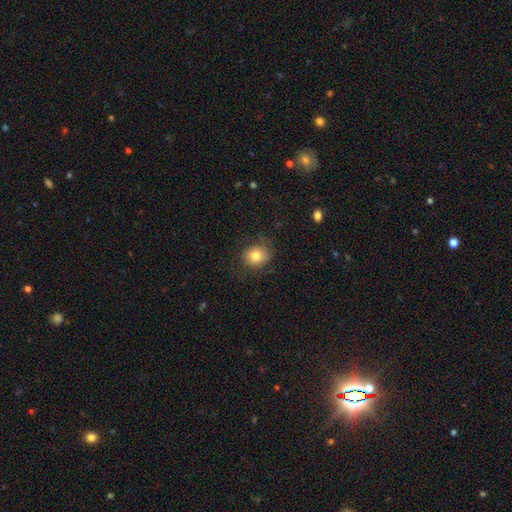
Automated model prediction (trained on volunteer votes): Smooth or featured? smooth (77%)
How rounded? round (67%)
Merging? none (71%)